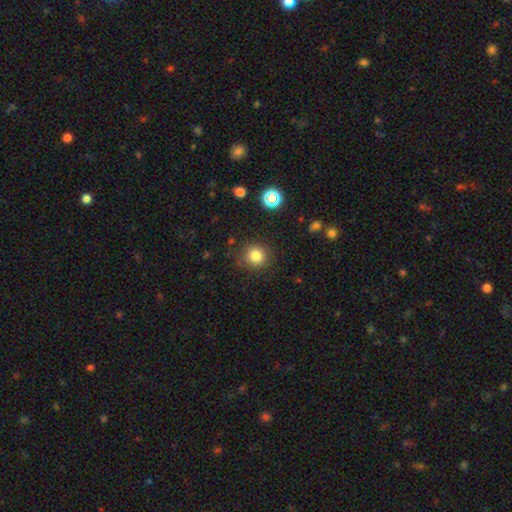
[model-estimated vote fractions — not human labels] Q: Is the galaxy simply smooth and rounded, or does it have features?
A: smooth — 81%.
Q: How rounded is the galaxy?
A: round — 91%.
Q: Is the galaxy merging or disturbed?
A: none — 85%.